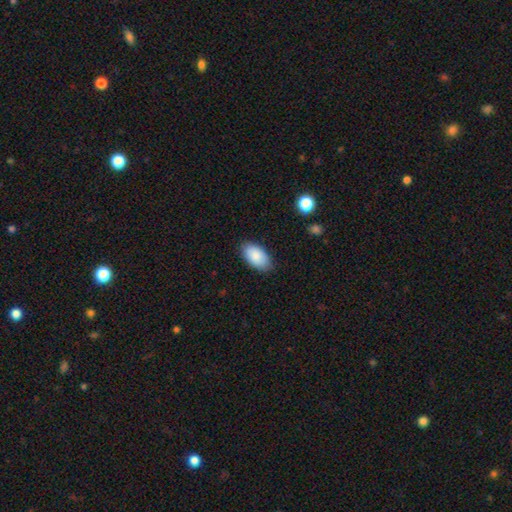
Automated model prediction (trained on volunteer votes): Overall: smooth (87%). How rounded: in between (95%). Merging: none (85%).